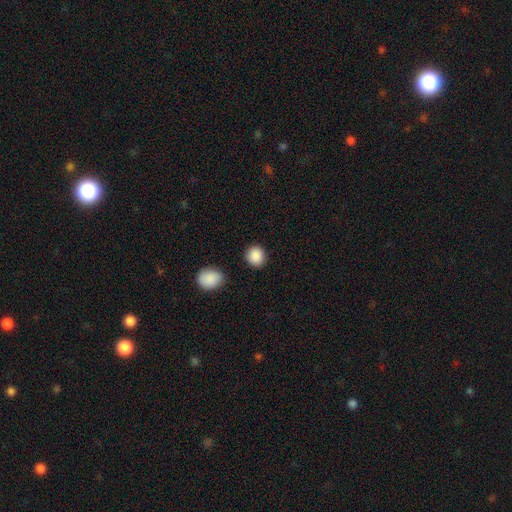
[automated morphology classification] A smooth galaxy with no disk features (89%) that is round (83%). Merging: none (88%).